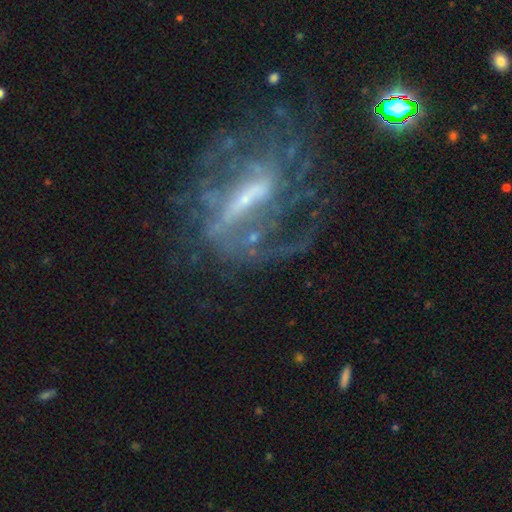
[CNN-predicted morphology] This appears to be a featured or disk galaxy (84%) with a strong bar (57%), 2 (35%) medium (41%) spiral arms (84%) and a small central bulge (59%). Merging: none (54%).